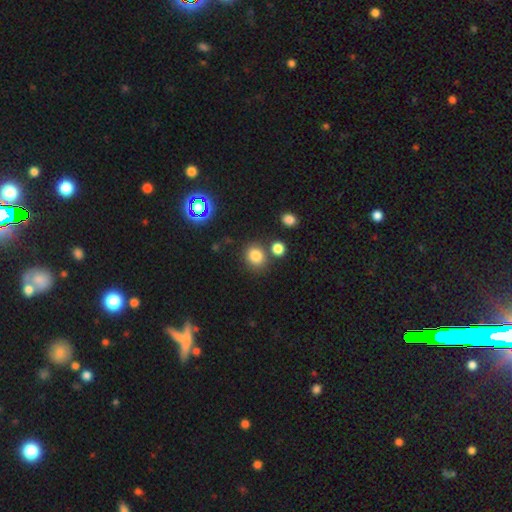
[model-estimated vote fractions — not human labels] This is likely a smooth galaxy (79%). How rounded: likely round (79%). Merging: likely none (73%).